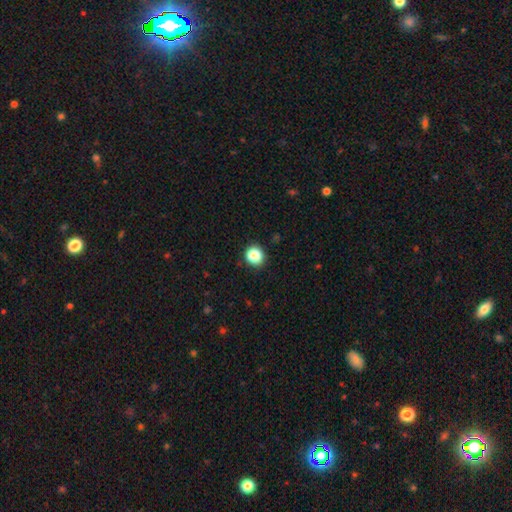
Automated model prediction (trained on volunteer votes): This appears to be a smooth galaxy with no disk features (84%) that is round (86%). Merging: none (91%).